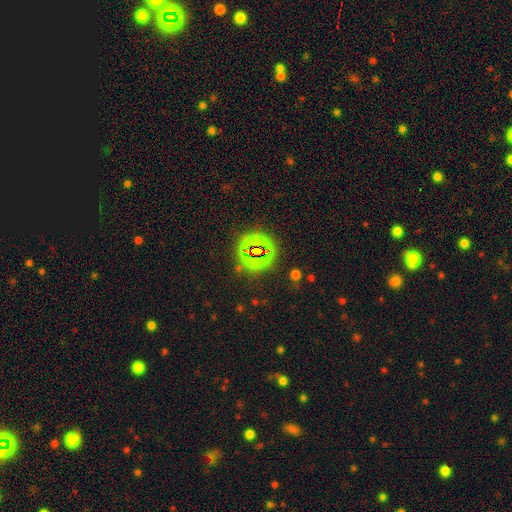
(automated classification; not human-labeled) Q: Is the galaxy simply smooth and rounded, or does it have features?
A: star or artifact — 71%.